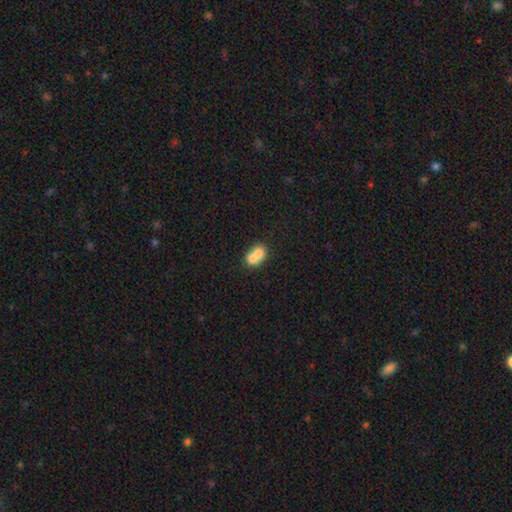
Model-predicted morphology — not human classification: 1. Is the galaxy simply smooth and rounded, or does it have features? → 70% smooth, 21% featured or disk, 9% star or artifact.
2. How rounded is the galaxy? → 54% in between, 44% round, 2% cigar-shaped.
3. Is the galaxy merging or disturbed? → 69% merger, 21% none, 7% minor disturbance, 3% major disturbance.